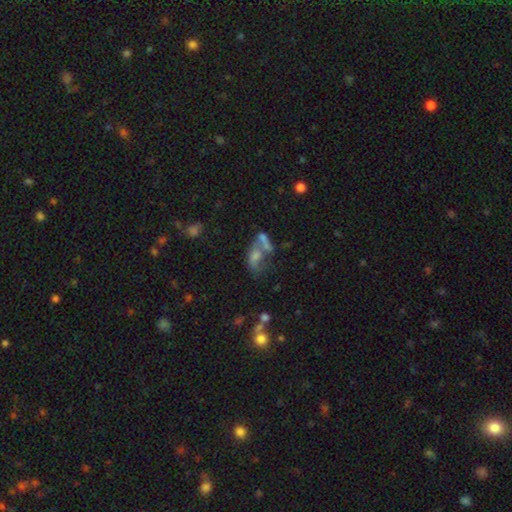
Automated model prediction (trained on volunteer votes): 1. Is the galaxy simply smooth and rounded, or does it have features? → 47% smooth, 36% featured or disk, 16% star or artifact.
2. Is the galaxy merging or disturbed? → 47% merger, 21% none, 20% major disturbance, 12% minor disturbance.